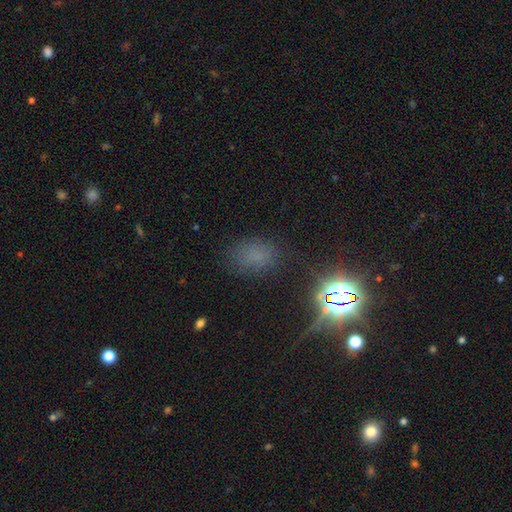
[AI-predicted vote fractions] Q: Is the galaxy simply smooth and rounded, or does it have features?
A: smooth — 53%.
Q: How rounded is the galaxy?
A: in between — 76%.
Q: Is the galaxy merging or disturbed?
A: none — 75%.